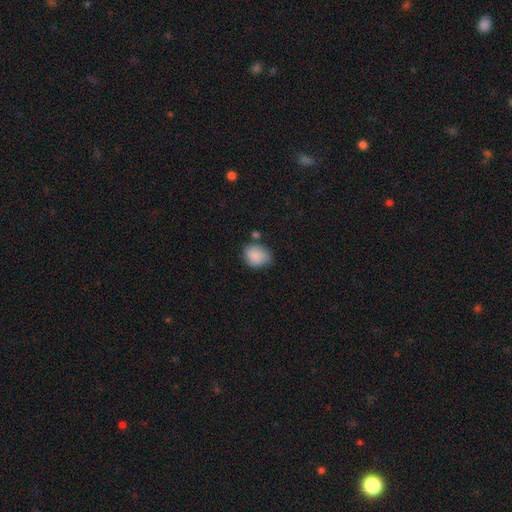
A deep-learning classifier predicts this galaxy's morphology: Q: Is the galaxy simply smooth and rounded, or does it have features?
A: smooth — 84%.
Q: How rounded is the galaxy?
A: round — 54%.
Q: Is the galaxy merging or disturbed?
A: none — 56%.